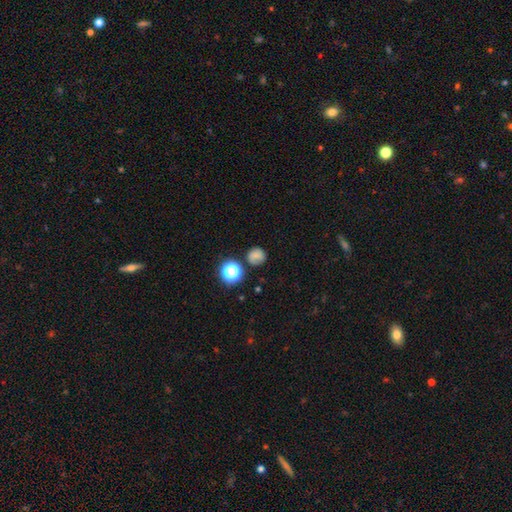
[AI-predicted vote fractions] Smooth or featured?
  - smooth: 68% *
  - featured or disk: 16%
  - star or artifact: 16%
How rounded?
  - round: 85% *
  - in between: 14%
  - cigar-shaped: 1%
Merging?
  - none: 73% *
  - minor disturbance: 16%
  - major disturbance: 6%
  - merger: 5%